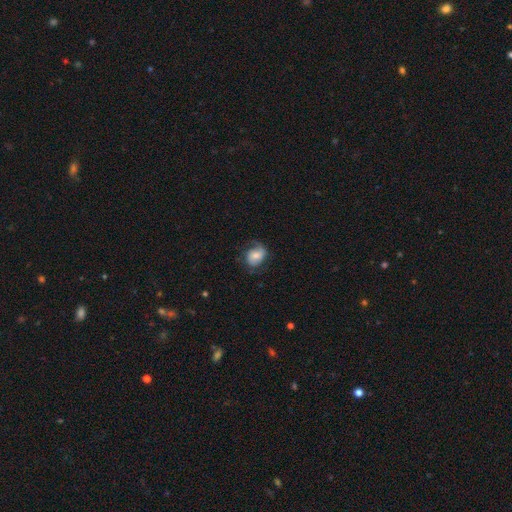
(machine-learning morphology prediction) type=smooth (47%); merging=none (59%).